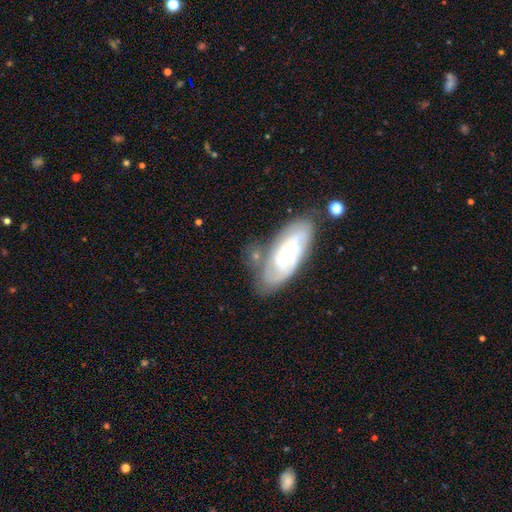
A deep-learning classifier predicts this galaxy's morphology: Q: Smooth or featured?
A: featured or disk (73%); runner-up: smooth (20%)
Q: Edge-on disk?
A: no (91%); runner-up: yes (9%)
Q: Bar?
A: no (69%); runner-up: weak (25%)
Q: Spiral arms?
A: yes (88%); runner-up: no (12%)
Q: Spiral winding?
A: tight (63%); runner-up: medium (30%)
Q: Spiral arm count?
A: can't tell (41%); runner-up: 2 (29%)
Q: Bulge size?
A: small (63%); runner-up: moderate (29%)
Q: Merging?
A: none (63%); runner-up: minor disturbance (21%)